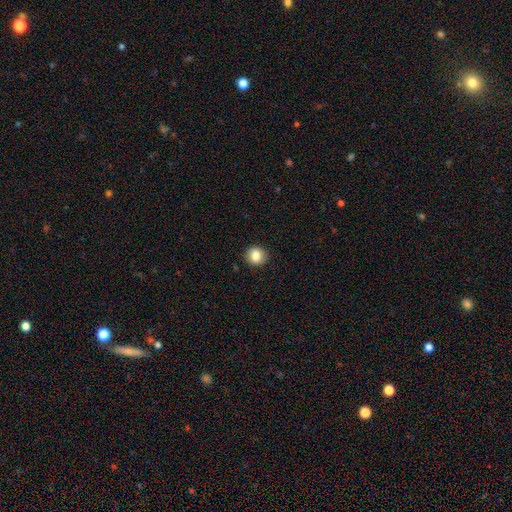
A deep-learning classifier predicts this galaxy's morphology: Smooth or featured?
  - smooth: 83% *
  - star or artifact: 9%
  - featured or disk: 8%
How rounded?
  - round: 86% *
  - in between: 13%
  - cigar-shaped: 1%
Merging?
  - none: 90% *
  - minor disturbance: 7%
  - major disturbance: 2%
  - merger: 1%